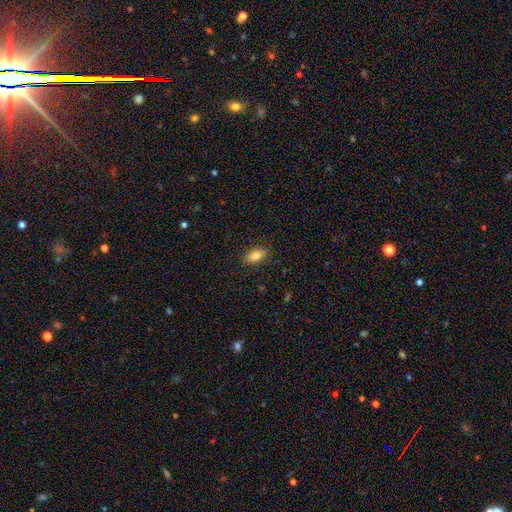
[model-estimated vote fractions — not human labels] Q: Smooth or featured?
A: smooth (83%); runner-up: featured or disk (9%)
Q: How rounded?
A: in between (89%); runner-up: cigar-shaped (7%)
Q: Merging?
A: none (86%); runner-up: minor disturbance (10%)